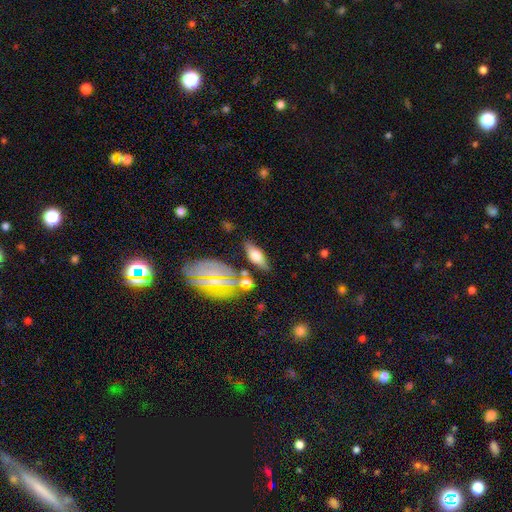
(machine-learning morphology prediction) This appears to be a smooth galaxy with no disk features (57%) that is in between round and cigar-shaped (68%). Merging: none (73%).